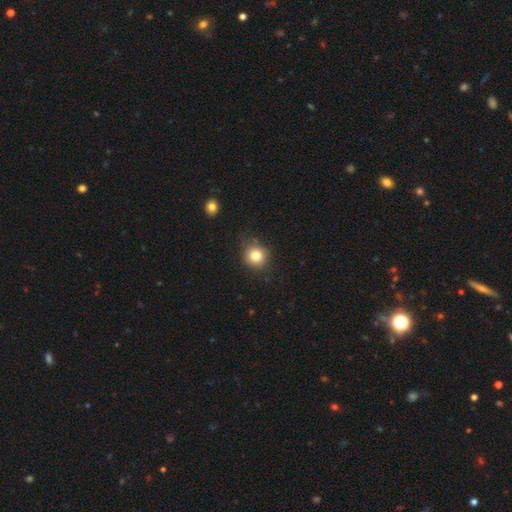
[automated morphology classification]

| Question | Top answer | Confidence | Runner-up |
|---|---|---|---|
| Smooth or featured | smooth | 81% | star or artifact (12%) |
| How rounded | round | 86% | in between (13%) |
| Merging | none | 80% | minor disturbance (14%) |